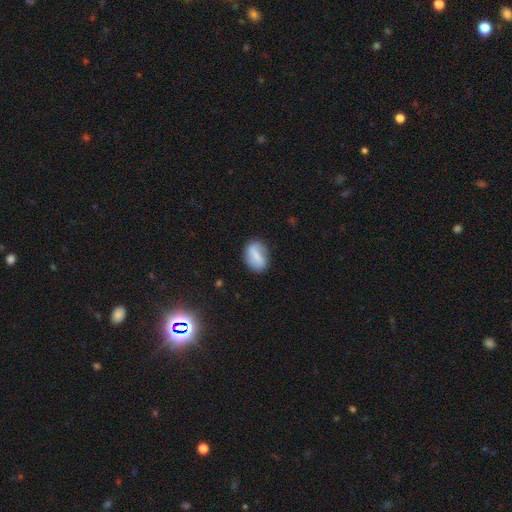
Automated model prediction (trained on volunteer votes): Smooth or featured?
  - smooth: 70% *
  - featured or disk: 22%
  - star or artifact: 8%
How rounded?
  - in between: 82% *
  - round: 15%
  - cigar-shaped: 3%
Merging?
  - none: 74% *
  - minor disturbance: 18%
  - major disturbance: 5%
  - merger: 2%